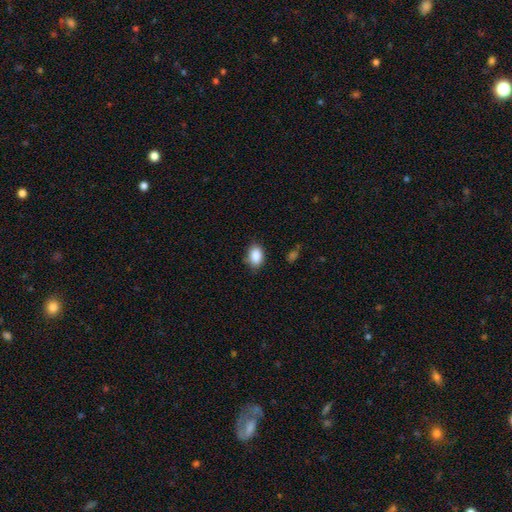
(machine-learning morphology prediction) This appears to be a smooth galaxy with no disk features (88%) that is in between round and cigar-shaped (84%). Merging: none (78%).